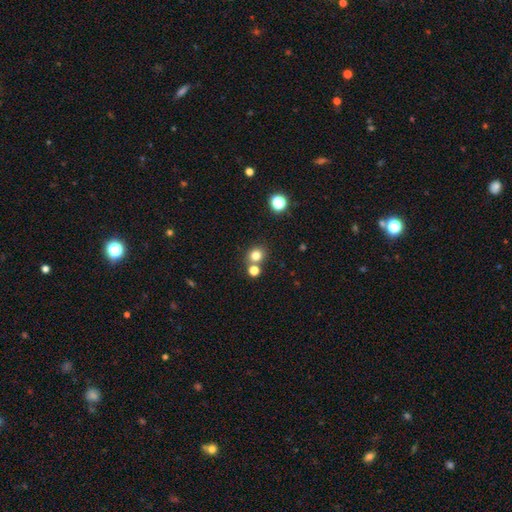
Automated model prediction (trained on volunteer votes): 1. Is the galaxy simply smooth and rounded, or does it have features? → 78% smooth, 16% star or artifact, 6% featured or disk.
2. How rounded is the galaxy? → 87% round, 12% in between, 1% cigar-shaped.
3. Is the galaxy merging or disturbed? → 70% none, 19% merger, 7% minor disturbance, 3% major disturbance.